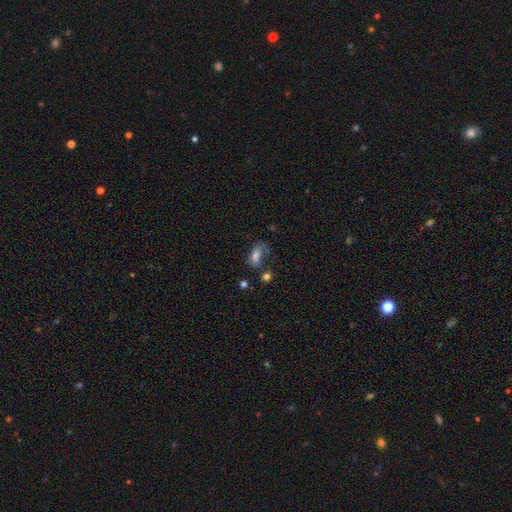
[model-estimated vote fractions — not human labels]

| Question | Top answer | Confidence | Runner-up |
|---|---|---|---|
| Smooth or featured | smooth | 65% | featured or disk (21%) |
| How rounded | in between | 83% | cigar-shaped (8%) |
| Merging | none | 36% | major disturbance (27%) |